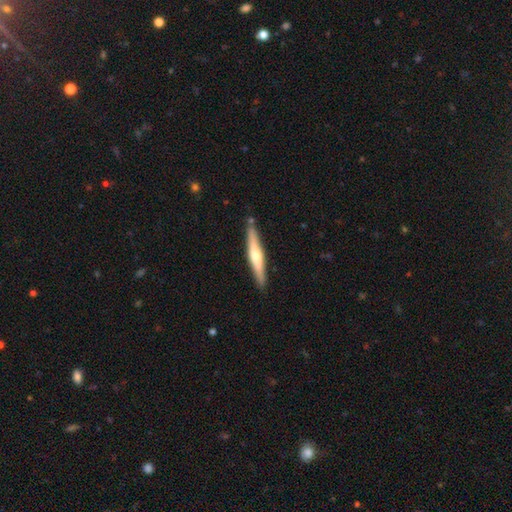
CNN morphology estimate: The model was most divided on "smooth or featured": featured or disk: 57%, smooth: 38%, star or artifact: 5%. More confident: edge-on disk — yes (95%); merging — none (86%); edge-on bulge — rounded (86%).